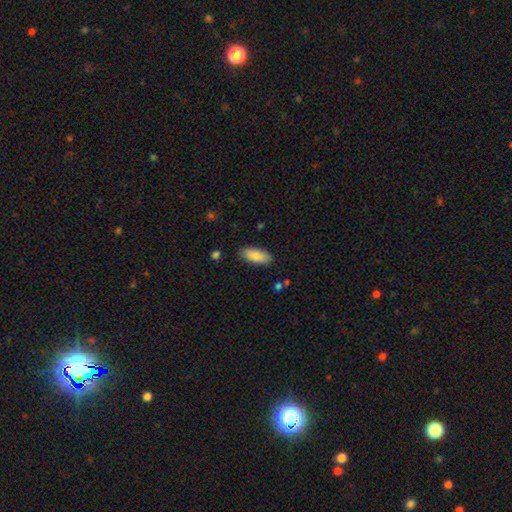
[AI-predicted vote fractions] The model was most divided on "merging": none: 85%, minor disturbance: 11%, major disturbance: 2%, merger: 1%. More confident: smooth or featured — smooth (87%); how rounded — in between (87%).